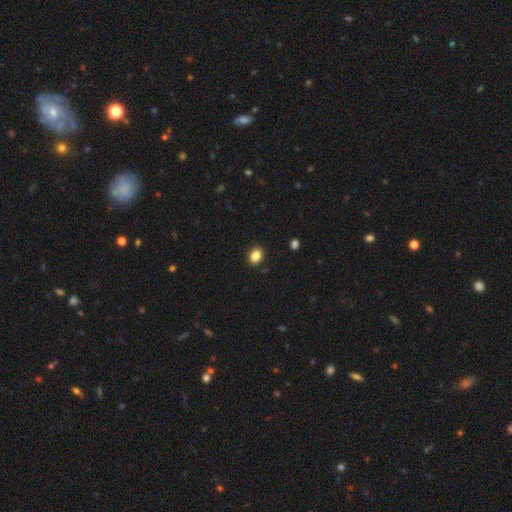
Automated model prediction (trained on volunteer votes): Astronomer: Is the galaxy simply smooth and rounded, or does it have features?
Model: smooth — 85%.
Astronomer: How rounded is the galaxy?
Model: in between — 50% (runner-up: round, 49%).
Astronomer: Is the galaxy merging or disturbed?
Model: none — 89%.